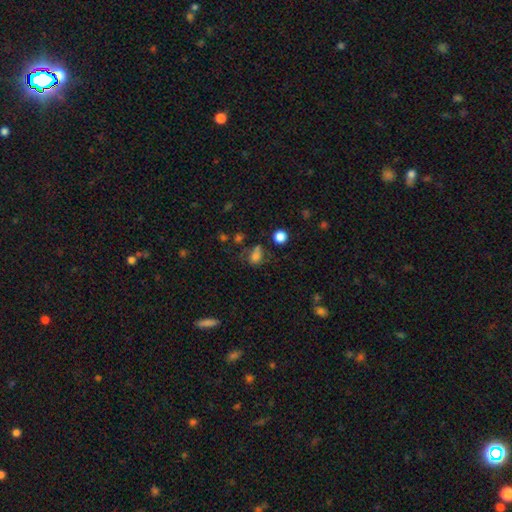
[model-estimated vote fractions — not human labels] A smooth galaxy with no disk features (67%) that is in between round and cigar-shaped (57%).

Vote fractions:
- Smooth or featured? smooth: 67% / star or artifact: 18% / featured or disk: 14%
- How rounded? in between: 57% / round: 41% / cigar-shaped: 2%
- Merging? none: 45% / minor disturbance: 24% / major disturbance: 20% / merger: 10%